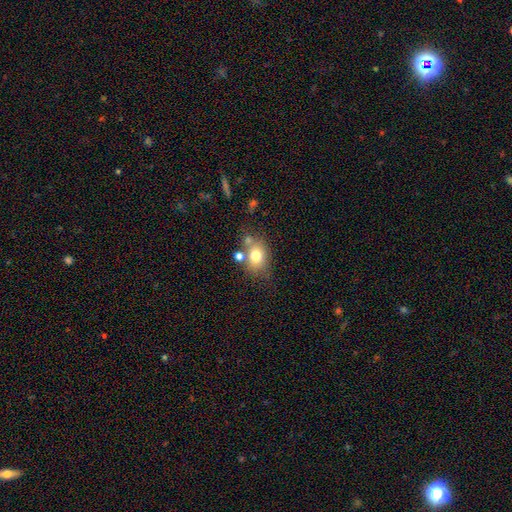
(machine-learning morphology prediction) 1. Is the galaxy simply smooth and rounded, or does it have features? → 75% smooth, 15% featured or disk, 10% star or artifact.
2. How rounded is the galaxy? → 62% in between, 36% round, 1% cigar-shaped.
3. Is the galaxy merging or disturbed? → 58% none, 18% merger, 17% minor disturbance, 7% major disturbance.